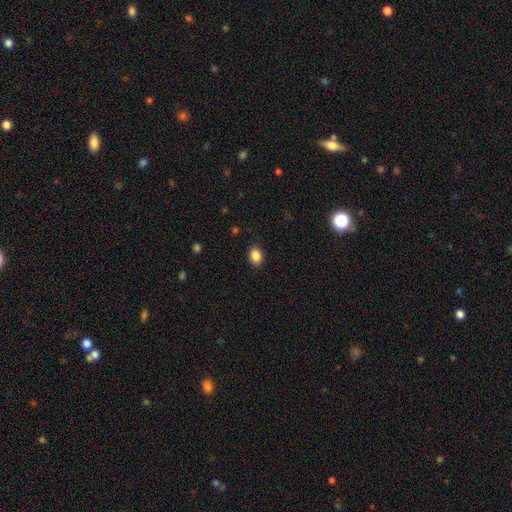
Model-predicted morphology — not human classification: smooth_or_featured: smooth (p=0.87) [alt: star or artifact p=0.09]
how_rounded: in between (p=0.67) [alt: round p=0.32]
merging: none (p=0.89) [alt: minor disturbance p=0.08]